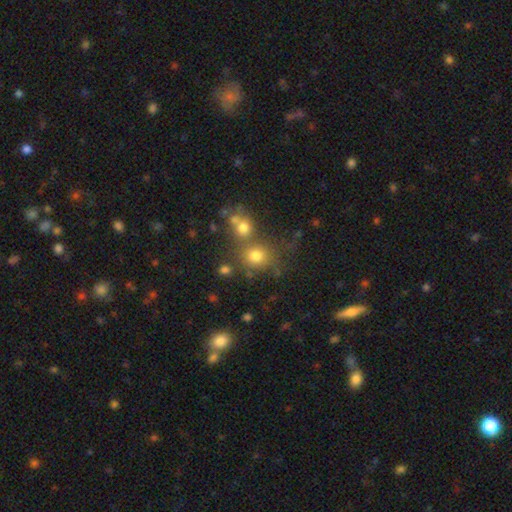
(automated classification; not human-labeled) This is likely a smooth galaxy (73%). How rounded: clearly round (83%). Merging: possibly none (58%).